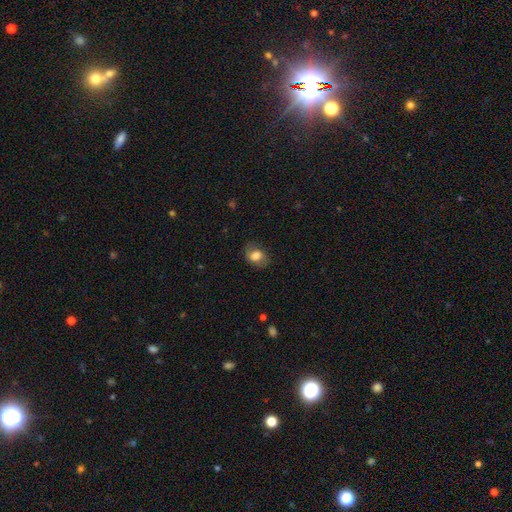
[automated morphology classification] smooth-or-featured: smooth: 69% | featured or disk: 23% | star or artifact: 8%
  how-rounded: in between: 67% | round: 31% | cigar-shaped: 1%
  merging: none: 74% | minor disturbance: 18% | major disturbance: 7% | merger: 1%